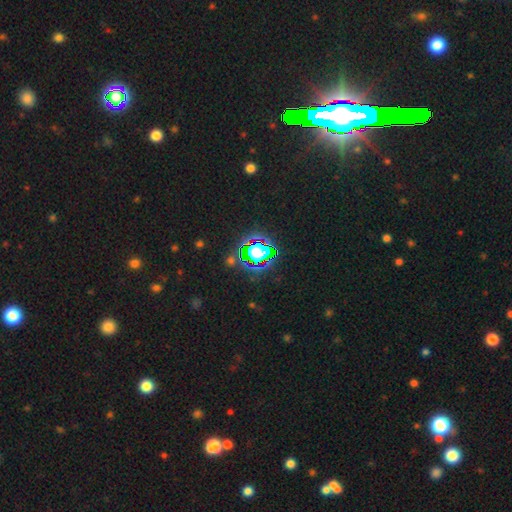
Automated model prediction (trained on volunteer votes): Smooth or featured?
  - star or artifact: 82% *
  - smooth: 10%
  - featured or disk: 9%